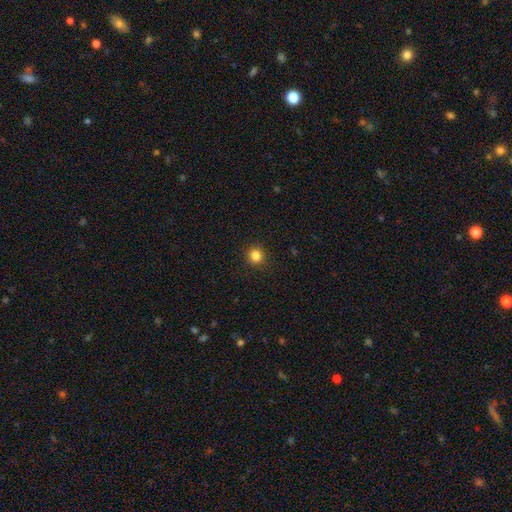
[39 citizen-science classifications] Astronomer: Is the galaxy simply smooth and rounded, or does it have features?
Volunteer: smooth — 90%.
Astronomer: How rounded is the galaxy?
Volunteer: round — 94%.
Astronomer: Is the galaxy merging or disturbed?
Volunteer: none — 91%.